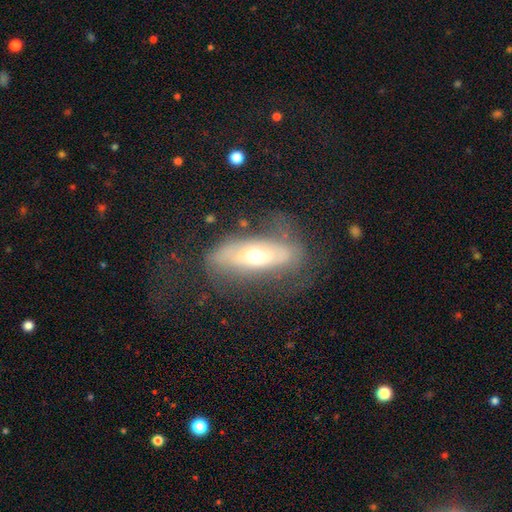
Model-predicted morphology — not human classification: Q: Smooth or featured?
A: featured or disk (59%); runner-up: smooth (34%)
Q: Edge-on disk?
A: no (74%); runner-up: yes (26%)
Q: Merging?
A: none (55%); runner-up: minor disturbance (23%)